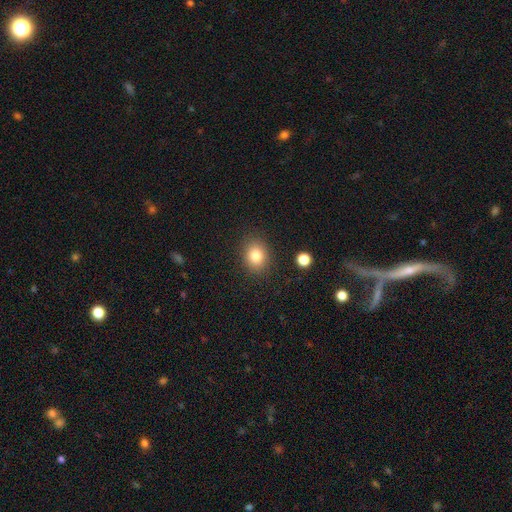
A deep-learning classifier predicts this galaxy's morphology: The model was most divided on "how rounded": round: 58%, in between: 42%, cigar-shaped: 1%. More confident: merging — none (87%); smooth or featured — smooth (82%).